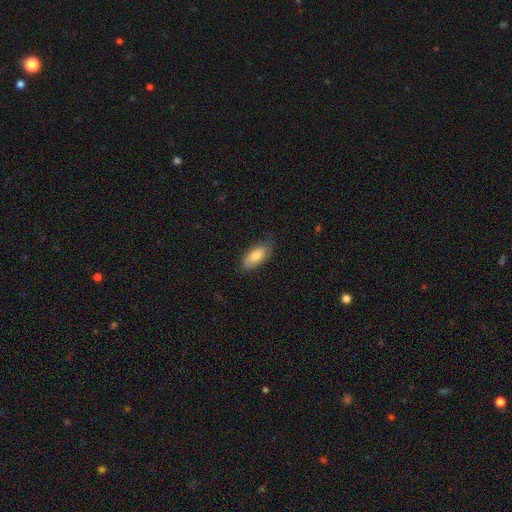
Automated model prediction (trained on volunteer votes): A smooth galaxy with no disk features (78%) that is in between round and cigar-shaped (90%).

Vote fractions:
- Smooth or featured? smooth: 78% / featured or disk: 16% / star or artifact: 6%
- How rounded? in between: 90% / cigar-shaped: 7% / round: 3%
- Merging? none: 73% / minor disturbance: 22% / major disturbance: 4% / merger: 1%